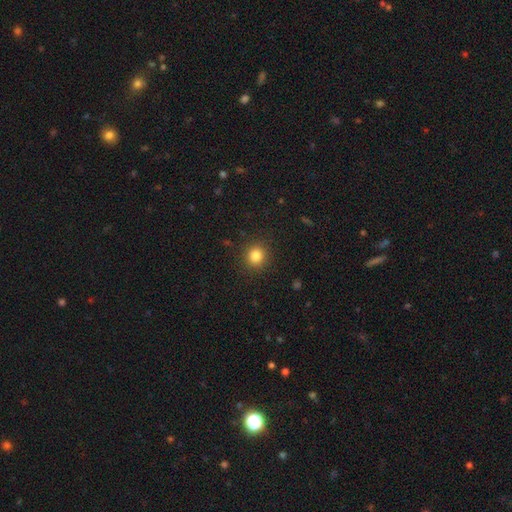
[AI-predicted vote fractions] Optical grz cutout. It shows a smooth galaxy with no disk features (83%) that is round (89%). Merging: none (90%).